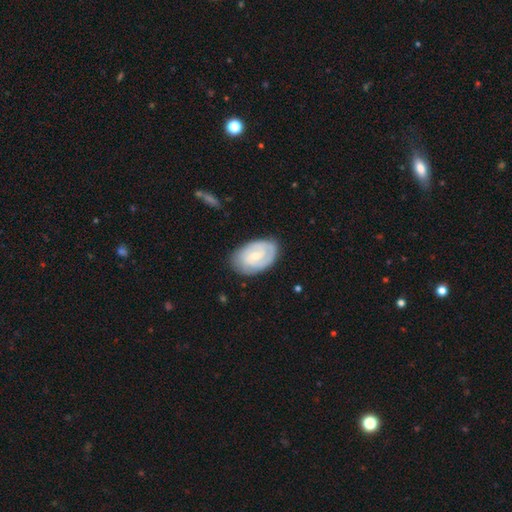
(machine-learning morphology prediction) A featured or disk galaxy (69%) with no bar (49%), 2 (54%) tight (63%) spiral arms (89%) and a small central bulge (62%).

Vote fractions:
- Smooth or featured? featured or disk: 69% / smooth: 26% / star or artifact: 5%
- Edge-on disk? no: 97% / yes: 3%
- Bar? no: 49% / weak: 44% / strong: 8%
- Spiral arms? yes: 89% / no: 11%
- Spiral winding? tight: 63% / medium: 29% / loose: 8%
- Spiral arm count? 2: 54% / can't tell: 26% / 3: 8% / 1: 8% / 4: 2% / more than 4: 2%
- Bulge size? small: 62% / moderate: 31% / none: 4% / large: 2% / dominant: 1%
- Merging? none: 78% / minor disturbance: 17% / major disturbance: 4% / merger: 1%